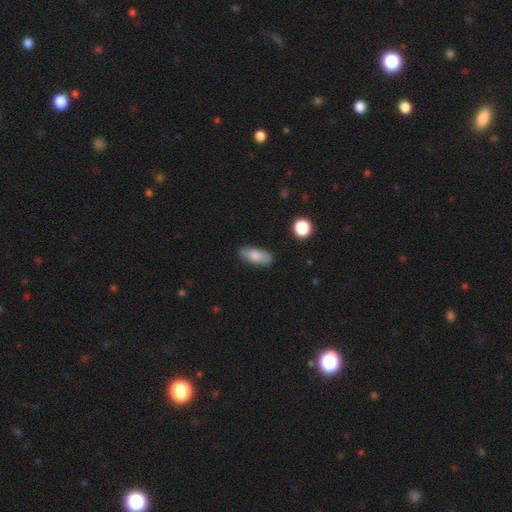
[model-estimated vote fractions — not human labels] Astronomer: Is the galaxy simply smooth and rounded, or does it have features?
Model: smooth — 74%.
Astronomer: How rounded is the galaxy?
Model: in between — 80%.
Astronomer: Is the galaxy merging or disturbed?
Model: none — 79%.